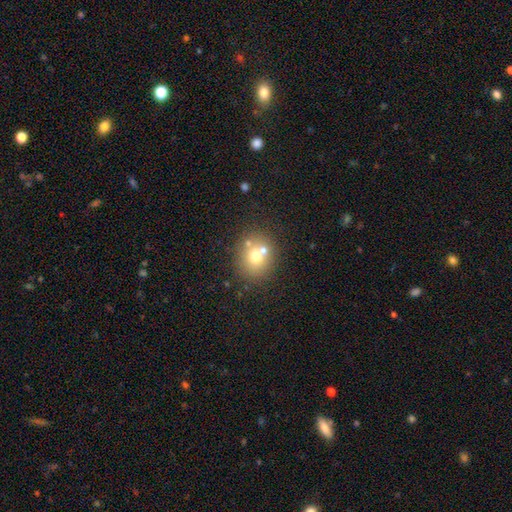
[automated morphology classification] A smooth galaxy with no disk features (66%) that is round (80%). Merging: none (61%).